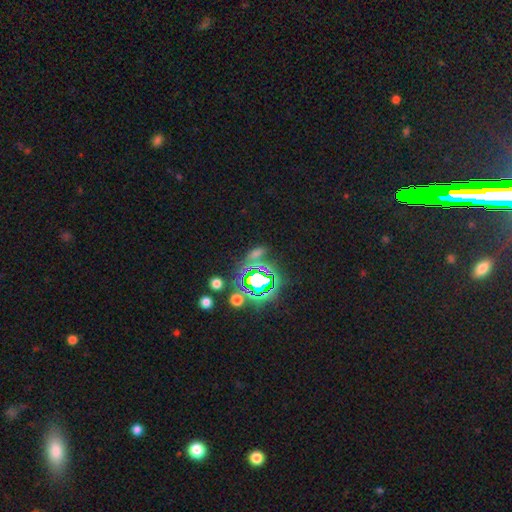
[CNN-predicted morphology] Smooth or featured: star or artifact — 74% (smooth — 16%)